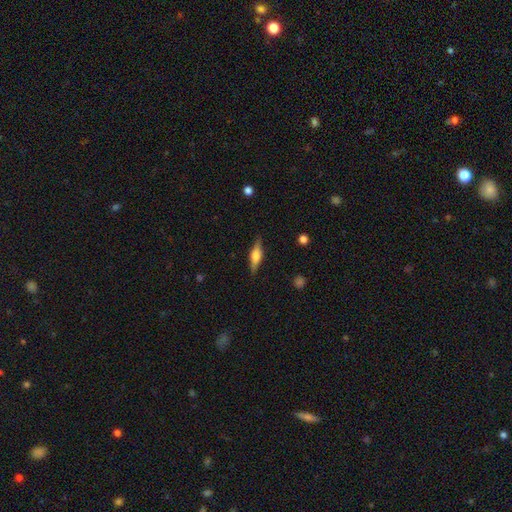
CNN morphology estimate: Overall: featured or disk (51%; smooth 42%). Edge-on disk: yes (94%). Merging: none (86%).